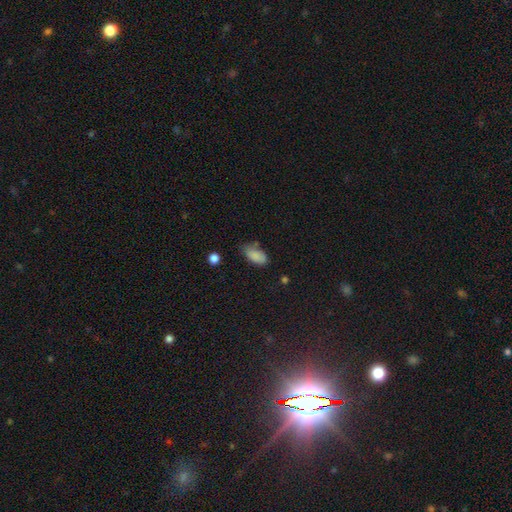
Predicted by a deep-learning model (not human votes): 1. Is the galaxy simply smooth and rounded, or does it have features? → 85% smooth, 9% star or artifact, 7% featured or disk.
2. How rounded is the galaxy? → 92% in between, 4% round, 4% cigar-shaped.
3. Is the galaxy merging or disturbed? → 54% none, 33% minor disturbance, 8% major disturbance, 4% merger.